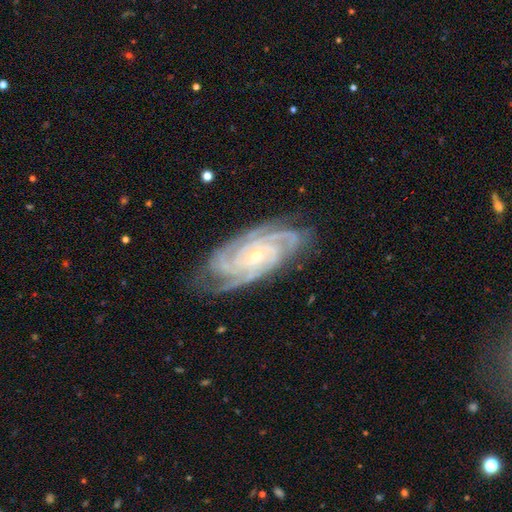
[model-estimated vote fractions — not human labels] featured or disk 92%, star or artifact 5%, smooth 3%. Down the decision tree: edge-on disk — no (96%); bar — no (71%); spiral arms — yes (99%); spiral arm count — 4 (40%); spiral winding — tight (77%); bulge size — small (75%); merging — none (78%).